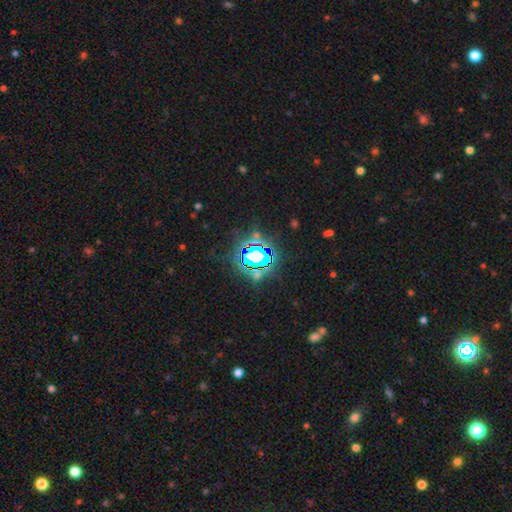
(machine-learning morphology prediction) star or artifact 78%, smooth 12%, featured or disk 10%.